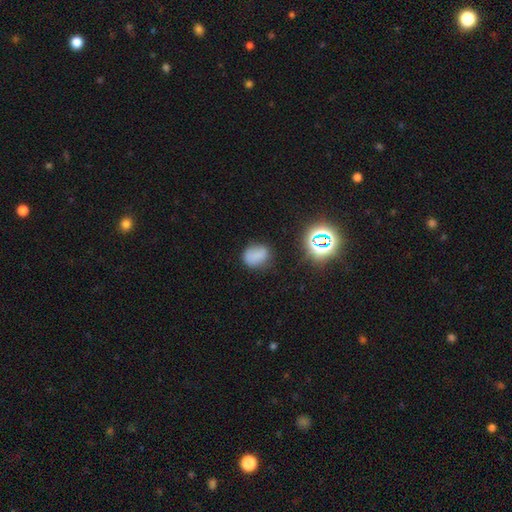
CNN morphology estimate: A smooth galaxy with no disk features (72%) that is in between round and cigar-shaped (57%). Merging: none (72%).